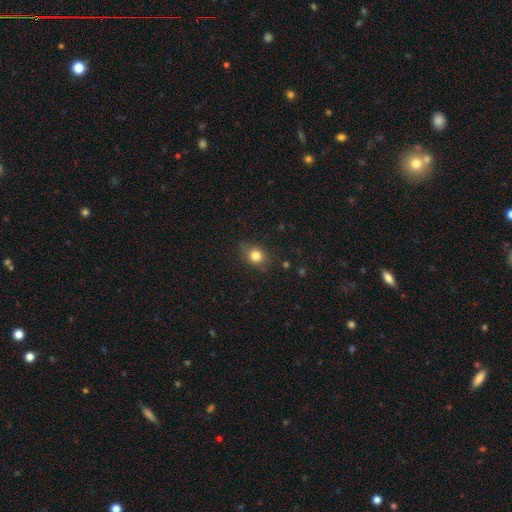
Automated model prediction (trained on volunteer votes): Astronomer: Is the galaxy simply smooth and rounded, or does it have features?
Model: smooth — 81%.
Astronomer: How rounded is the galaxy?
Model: round — 67%.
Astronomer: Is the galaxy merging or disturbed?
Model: none — 76%.